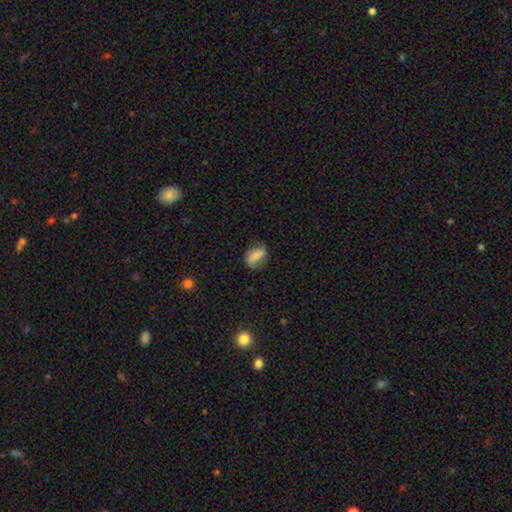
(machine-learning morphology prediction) smooth-or-featured: smooth: 63% | featured or disk: 28% | star or artifact: 9%
  how-rounded: in between: 76% | round: 18% | cigar-shaped: 6%
  merging: none: 67% | minor disturbance: 24% | major disturbance: 8% | merger: 2%